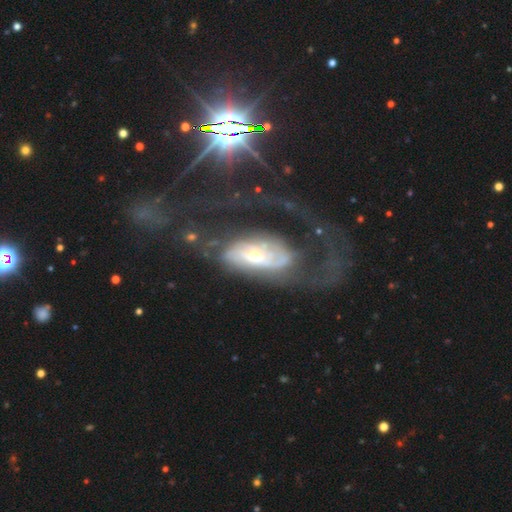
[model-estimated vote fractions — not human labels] Overall: featured or disk (75%). Edge-on disk: no (92%). Bar: no (59%; weak 28%). Spiral arms: yes (79%). Spiral arm count: can't tell (38%; 2 33%). Spiral winding: tight (37%; medium 36%). Bulge size: moderate (49%; small 40%). Merging: major disturbance (46%; none 34%).